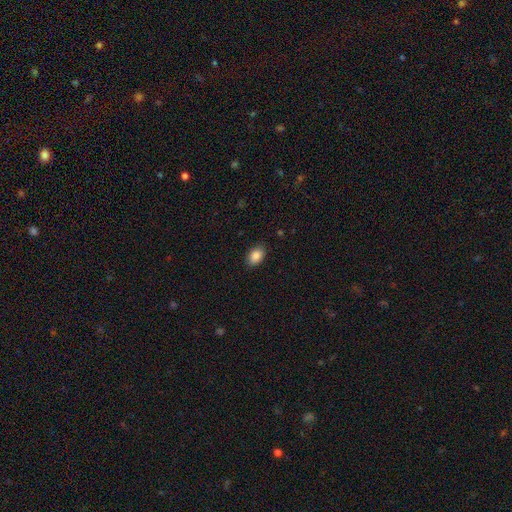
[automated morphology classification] This appears to be a smooth galaxy with no disk features (87%) that is in between round and cigar-shaped (87%). Merging: none (88%).